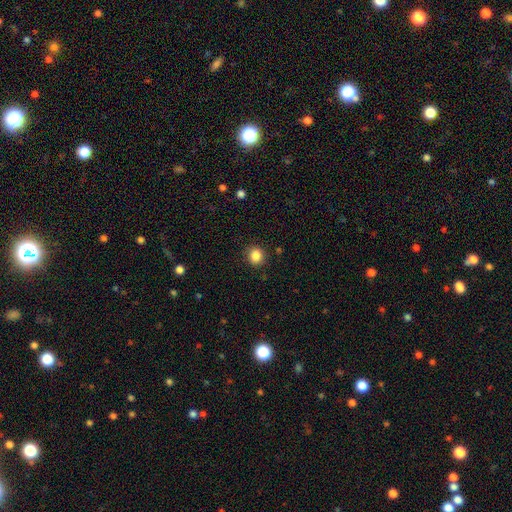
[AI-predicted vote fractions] Smooth or featured? Predicted: smooth (p=0.86). How rounded? Predicted: round (p=0.86). Merging? Predicted: none (p=0.89).